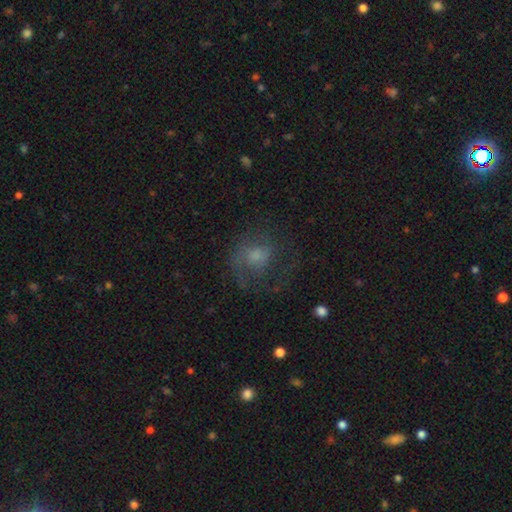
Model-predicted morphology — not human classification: type=featured or disk (49%); merging=none (48%).